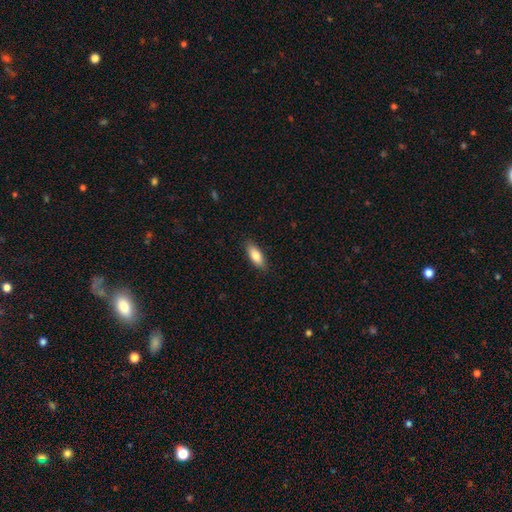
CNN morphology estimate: smooth 82%, featured or disk 11%, star or artifact 6%. Down the decision tree: how rounded — in between (75%); merging — none (88%).